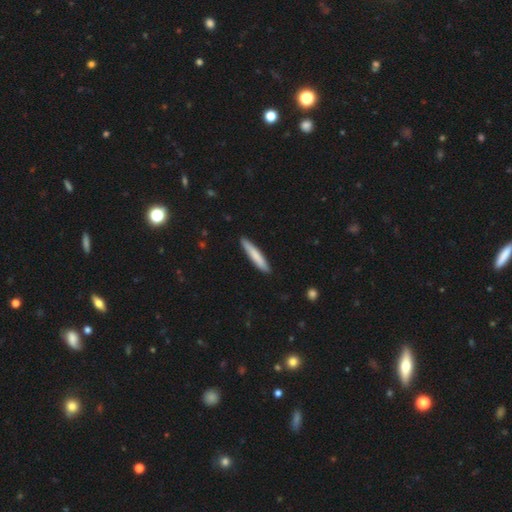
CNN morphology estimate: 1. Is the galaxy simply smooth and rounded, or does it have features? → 78% smooth, 17% featured or disk, 5% star or artifact.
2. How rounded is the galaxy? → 93% cigar-shaped, 6% in between, 1% round.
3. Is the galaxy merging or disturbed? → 89% none, 8% minor disturbance, 1% major disturbance, 1% merger.